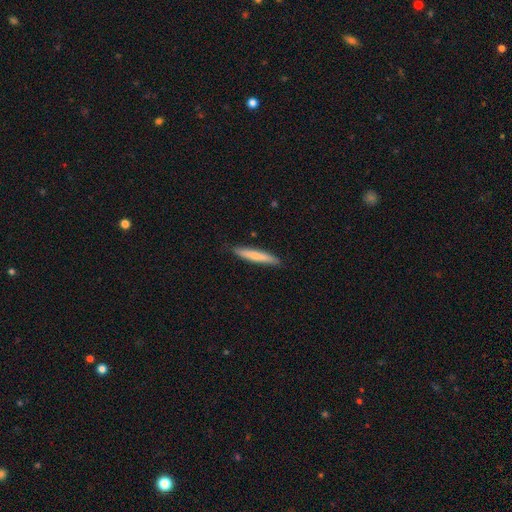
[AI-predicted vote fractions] A smooth galaxy with no disk features (72%) that is cigar-shaped (93%).

Vote fractions:
- Smooth or featured? smooth: 72% / featured or disk: 23% / star or artifact: 5%
- How rounded? cigar-shaped: 93% / in between: 6% / round: 1%
- Merging? none: 87% / minor disturbance: 10% / major disturbance: 2% / merger: 1%